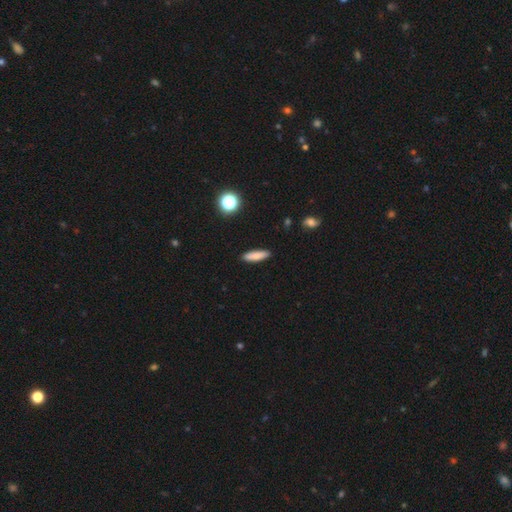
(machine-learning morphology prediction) This appears to be a smooth galaxy with no disk features (82%) that is cigar-shaped (66%). Merging: none (90%).